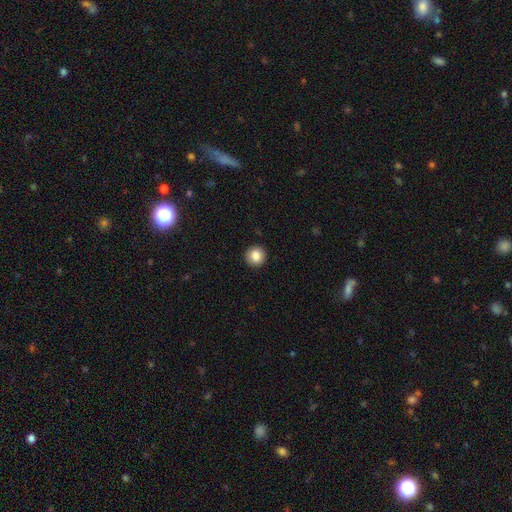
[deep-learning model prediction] Smooth or featured: smooth — 85% (star or artifact — 9%)
How rounded: round — 94% (in between — 5%)
Merging: none — 93% (minor disturbance — 5%)